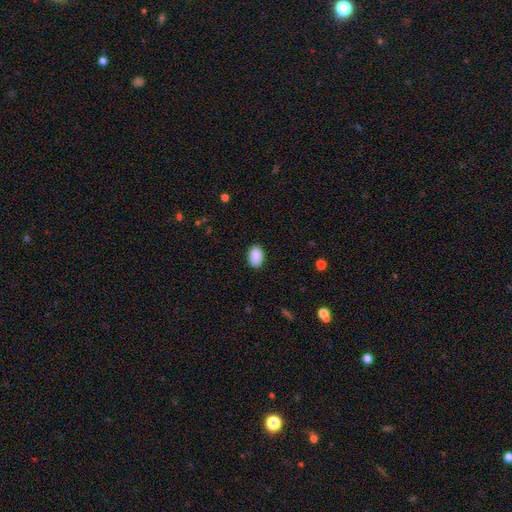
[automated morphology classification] Q: Smooth or featured?
A: smooth (90%); runner-up: star or artifact (7%)
Q: How rounded?
A: in between (88%); runner-up: round (11%)
Q: Merging?
A: none (87%); runner-up: minor disturbance (10%)